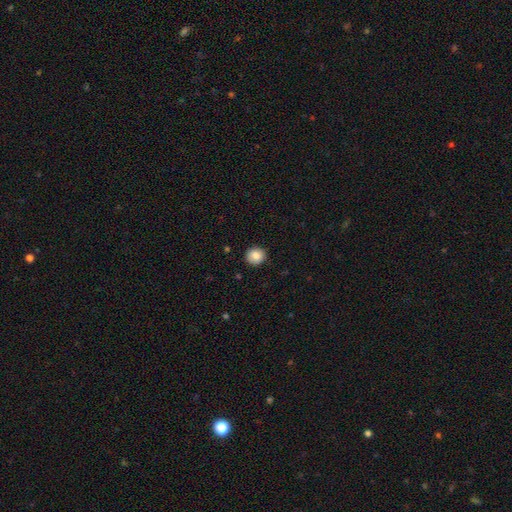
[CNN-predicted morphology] A smooth galaxy with no disk features (85%) that is round (88%).

Vote fractions:
- Smooth or featured? smooth: 85% / star or artifact: 8% / featured or disk: 6%
- How rounded? round: 88% / in between: 12% / cigar-shaped: 1%
- Merging? none: 90% / minor disturbance: 7% / major disturbance: 2% / merger: 1%